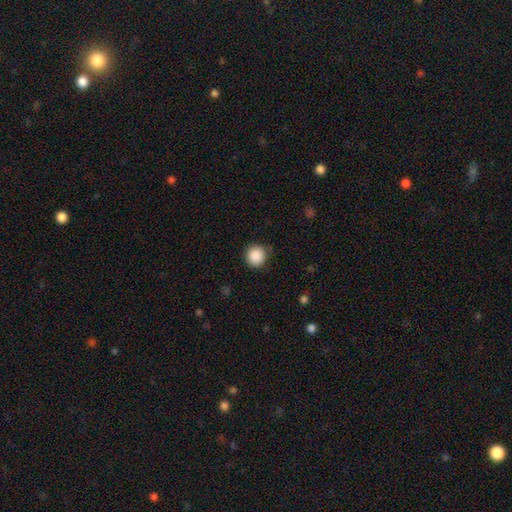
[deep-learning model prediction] Smooth or featured: smooth — 88% (star or artifact — 9%)
How rounded: round — 95% (in between — 4%)
Merging: none — 87% (minor disturbance — 10%)